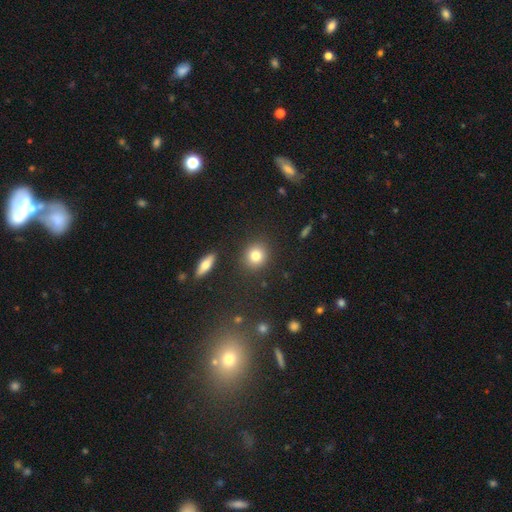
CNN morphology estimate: The model was most divided on "how rounded": round: 80%, in between: 18%, cigar-shaped: 2%. More confident: merging — none (87%); smooth or featured — smooth (82%).